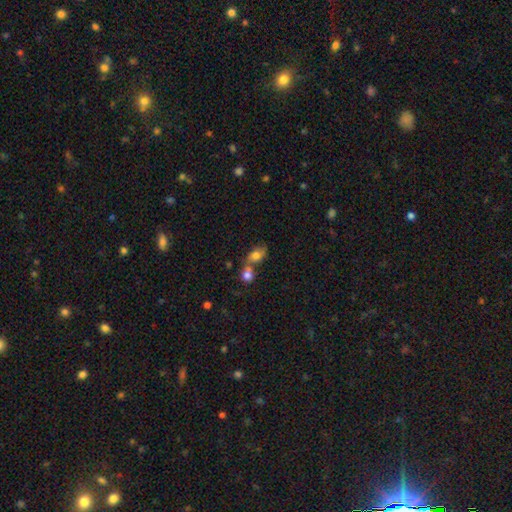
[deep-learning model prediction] smooth 69%, featured or disk 20%, star or artifact 11%. Down the decision tree: how rounded — in between (68%); merging — merger (57%).